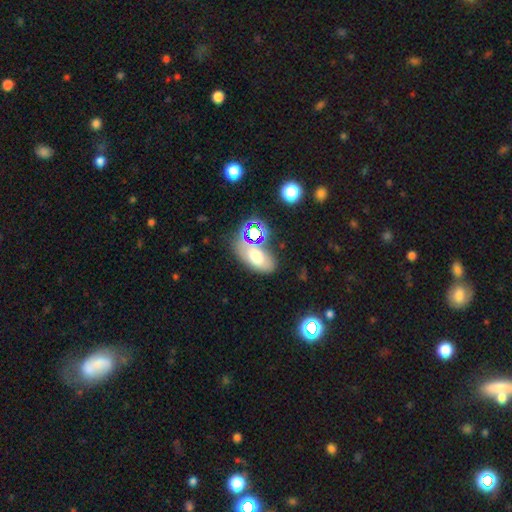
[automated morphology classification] smooth-or-featured: smooth: 60% | star or artifact: 21% | featured or disk: 18%
  how-rounded: in between: 87% | round: 9% | cigar-shaped: 4%
  merging: none: 60% | minor disturbance: 18% | merger: 12% | major disturbance: 9%